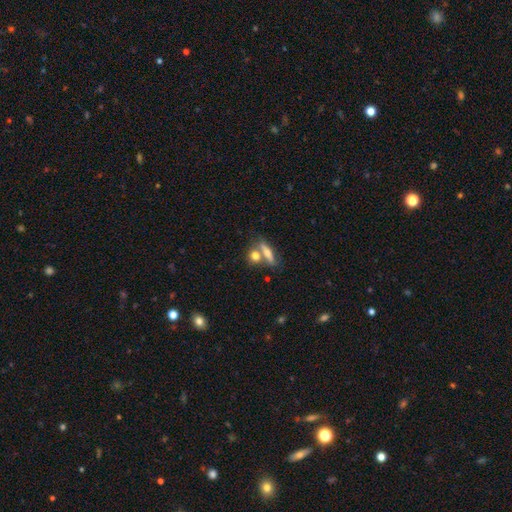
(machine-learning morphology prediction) A smooth galaxy with no disk features (69%) that is round (41%).

Vote fractions:
- Smooth or featured? smooth: 69% / featured or disk: 22% / star or artifact: 9%
- How rounded? round: 41% / in between: 36% / cigar-shaped: 23%
- Merging? none: 49% / merger: 37% / minor disturbance: 9% / major disturbance: 4%